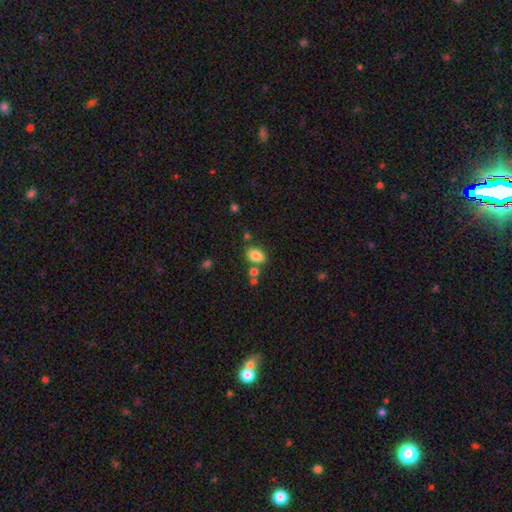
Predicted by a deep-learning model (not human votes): A smooth galaxy with no disk features (84%) that is in between round and cigar-shaped (82%). Merging: none (73%).